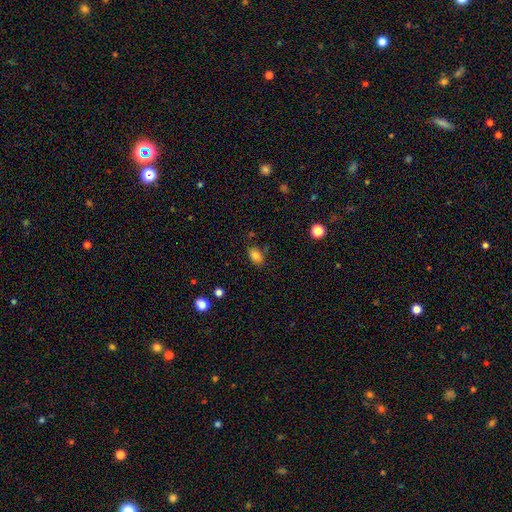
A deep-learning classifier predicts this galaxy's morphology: type=smooth (83%); roundness=in between (84%); merging=none (78%).